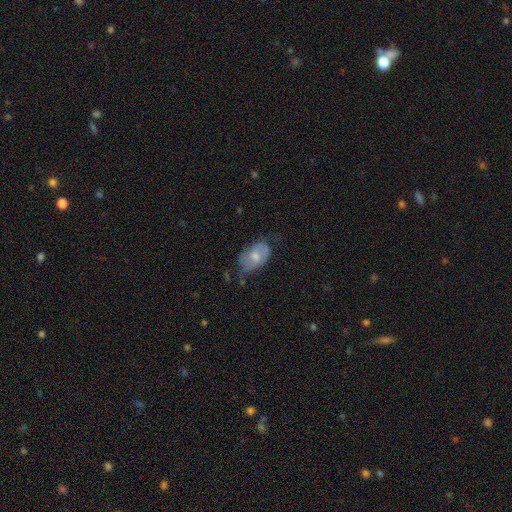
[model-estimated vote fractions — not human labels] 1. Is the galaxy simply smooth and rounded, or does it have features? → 60% smooth, 33% featured or disk, 7% star or artifact.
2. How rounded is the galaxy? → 91% in between, 8% round, 2% cigar-shaped.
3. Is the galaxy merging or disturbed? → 42% none, 37% minor disturbance, 17% major disturbance, 3% merger.